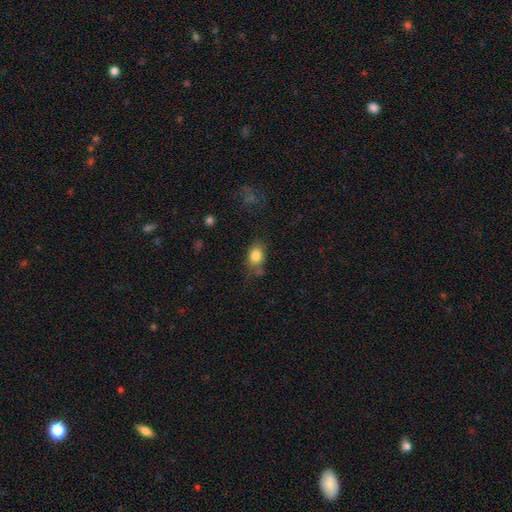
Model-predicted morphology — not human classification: Smooth or featured? Predicted: smooth (p=0.83). How rounded? Predicted: in between (p=0.68). Merging? Predicted: none (p=0.67).